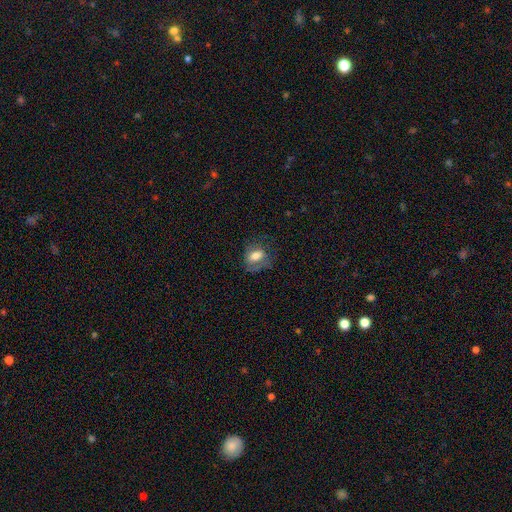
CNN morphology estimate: Smooth or featured: smooth — 64% (featured or disk — 27%)
How rounded: in between — 73% (round — 24%)
Merging: none — 54% (minor disturbance — 25%)